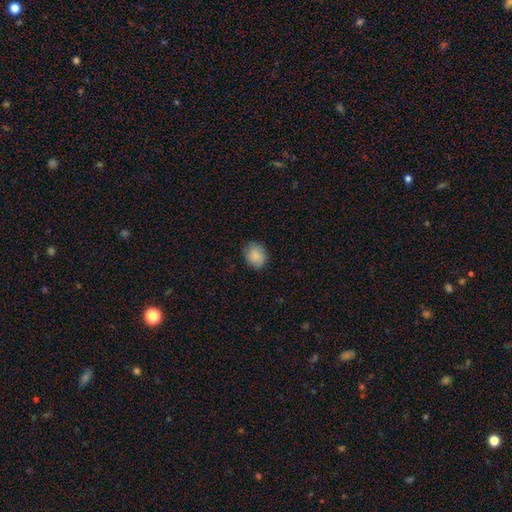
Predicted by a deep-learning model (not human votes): A smooth galaxy with no disk features (88%) that is round (62%). Merging: none (83%).